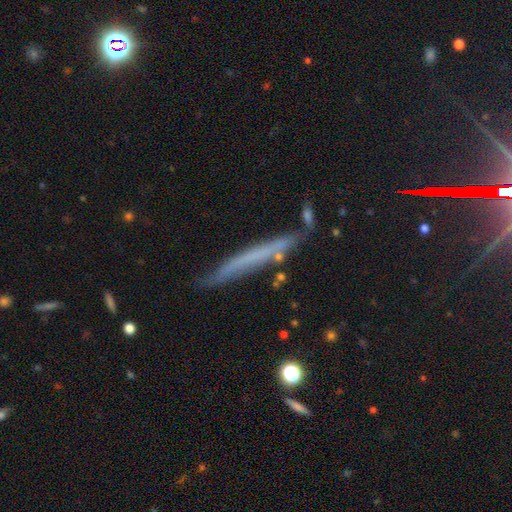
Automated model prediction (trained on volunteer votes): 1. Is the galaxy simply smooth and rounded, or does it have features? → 45% featured or disk, 39% smooth, 16% star or artifact.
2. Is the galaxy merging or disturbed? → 76% none, 18% minor disturbance, 4% major disturbance, 3% merger.